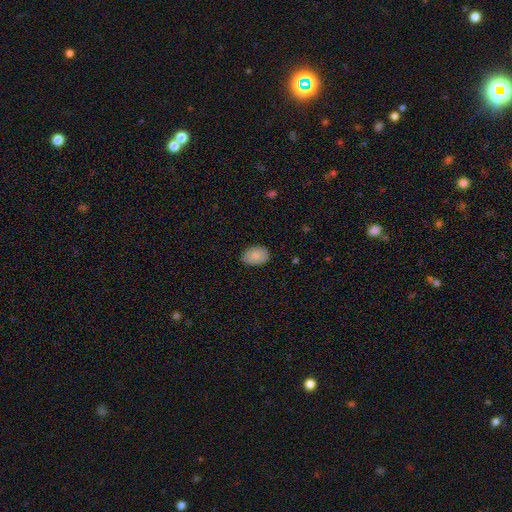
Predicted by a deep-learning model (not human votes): Smooth or featured? smooth (85%)
How rounded? in between (83%)
Merging? none (81%)